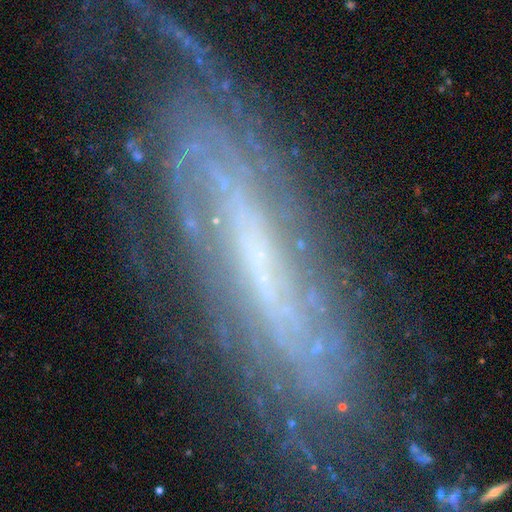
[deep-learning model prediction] This is clearly a featured or disk galaxy (83%). It is likely not viewed edge-on (73%). Bar: marginally weak (34%). Spiral arm pattern: clearly yes (91%). Spiral arm count: marginally can't tell (39%). Spiral winding: possibly tight (52%). Central bulge: possibly small (56%). Merging: likely none (68%).